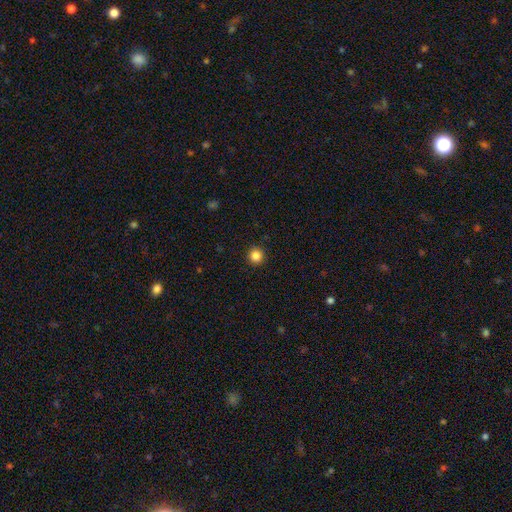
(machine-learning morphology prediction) Smooth or featured: smooth — 85% (star or artifact — 11%)
How rounded: round — 95% (in between — 4%)
Merging: none — 93% (minor disturbance — 4%)